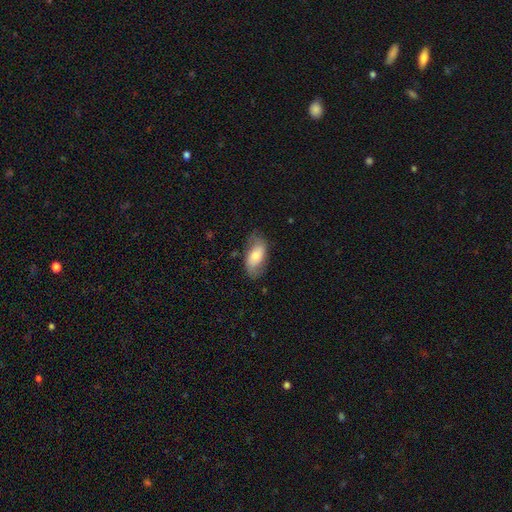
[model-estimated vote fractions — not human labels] The model was most divided on "smooth or featured": smooth: 66%, featured or disk: 27%, star or artifact: 6%. More confident: how rounded — in between (91%); merging — none (68%).